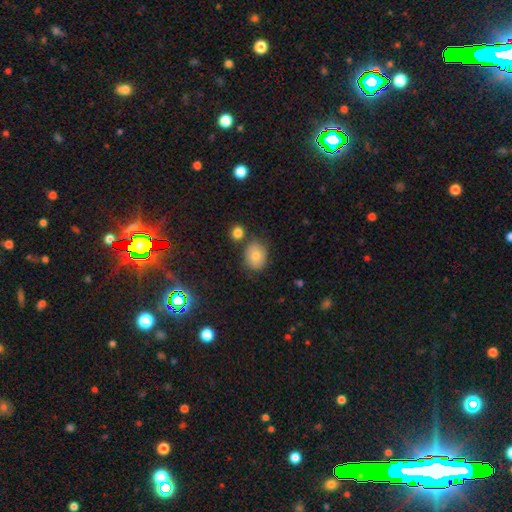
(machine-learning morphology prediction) Smooth or featured?
  - smooth: 76% *
  - featured or disk: 14%
  - star or artifact: 10%
How rounded?
  - in between: 53% *
  - round: 46%
  - cigar-shaped: 1%
Merging?
  - none: 70% *
  - minor disturbance: 17%
  - merger: 9%
  - major disturbance: 4%